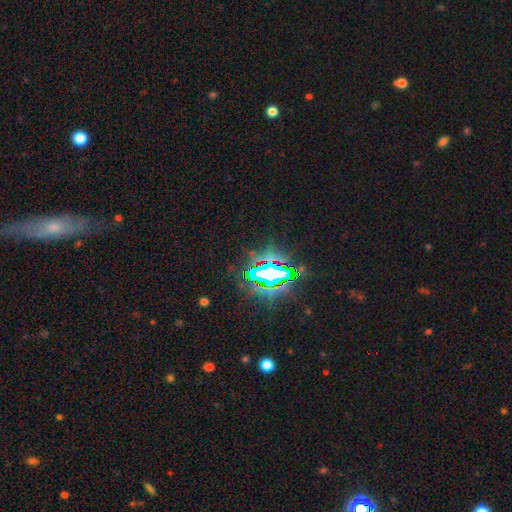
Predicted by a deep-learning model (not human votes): Smooth or featured? Predicted: star or artifact (p=0.81).